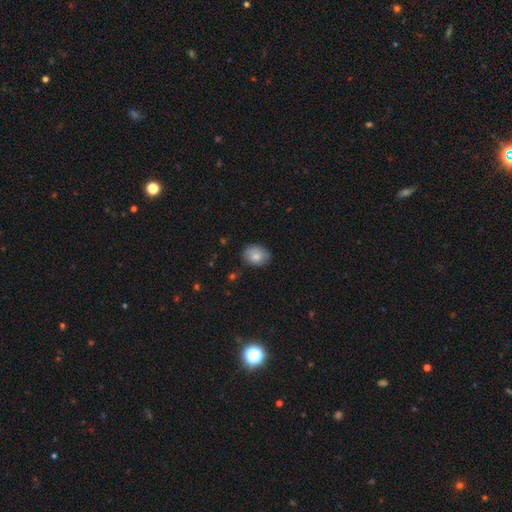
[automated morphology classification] Overall: smooth (79%). How rounded: in between (64%; round 35%). Merging: none (77%).